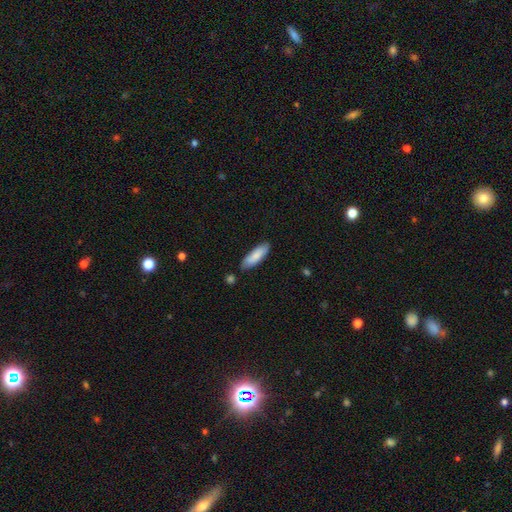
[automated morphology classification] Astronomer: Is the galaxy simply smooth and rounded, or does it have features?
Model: smooth — 83%.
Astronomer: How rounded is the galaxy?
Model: in between — 51% (runner-up: cigar-shaped, 47%).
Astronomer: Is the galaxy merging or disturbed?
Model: none — 81%.